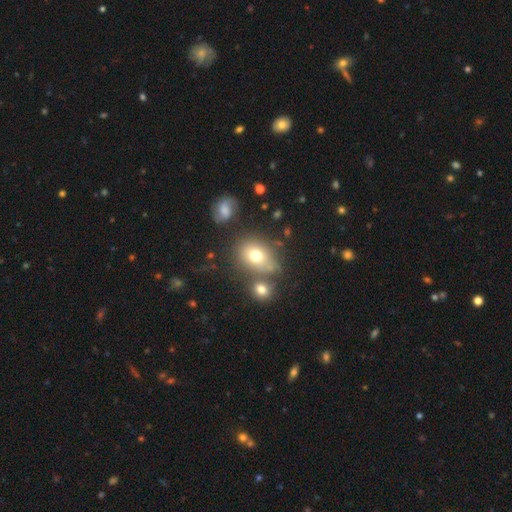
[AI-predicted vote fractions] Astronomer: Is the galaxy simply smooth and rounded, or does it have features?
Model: smooth — 72%.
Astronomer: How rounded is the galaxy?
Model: in between — 50% (runner-up: round, 49%).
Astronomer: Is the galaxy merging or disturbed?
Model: none — 59%.